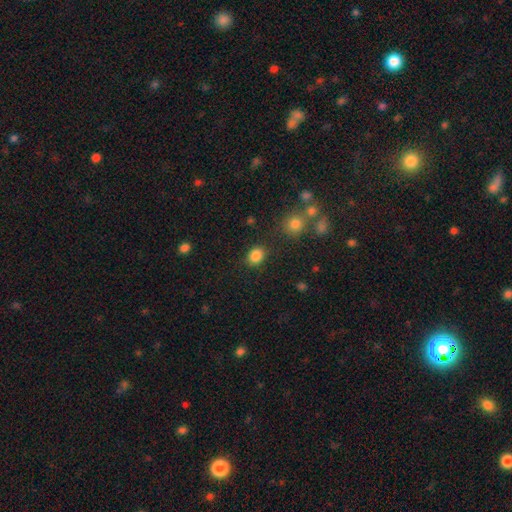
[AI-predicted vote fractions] smooth_or_featured: smooth (p=0.85) [alt: star or artifact p=0.11]
how_rounded: round (p=0.57) [alt: in between p=0.42]
merging: none (p=0.83) [alt: minor disturbance p=0.10]